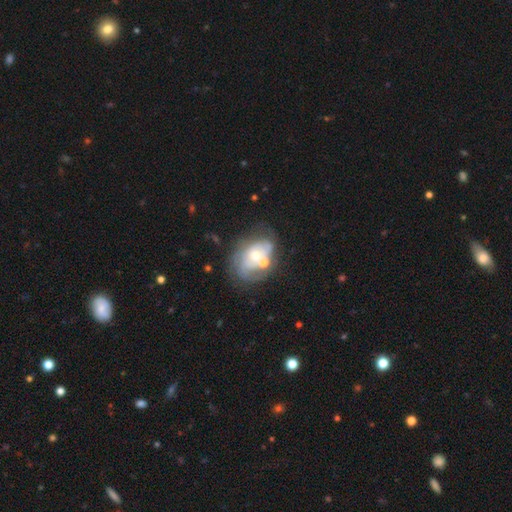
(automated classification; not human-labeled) Smooth or featured: featured or disk — 63% (smooth — 28%)
Edge-on disk: no — 97% (yes — 3%)
Bar: no — 83% (weak — 14%)
Spiral arms: yes — 54% (no — 46%)
Bulge size: moderate — 52% (small — 39%)
Merging: none — 40% (merger — 22%)